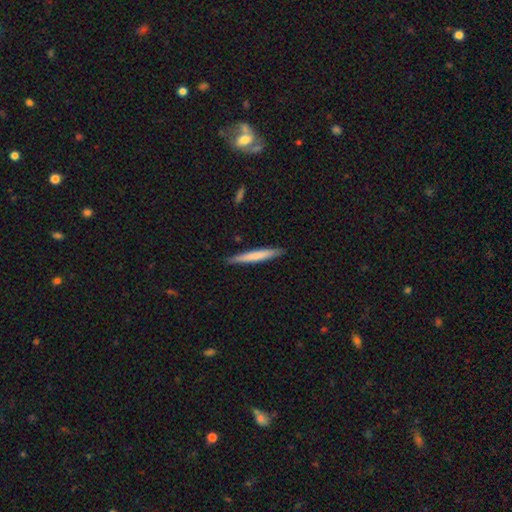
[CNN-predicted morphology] smooth 69%, featured or disk 26%, star or artifact 5%. Down the decision tree: how rounded — cigar-shaped (96%); merging — none (89%).